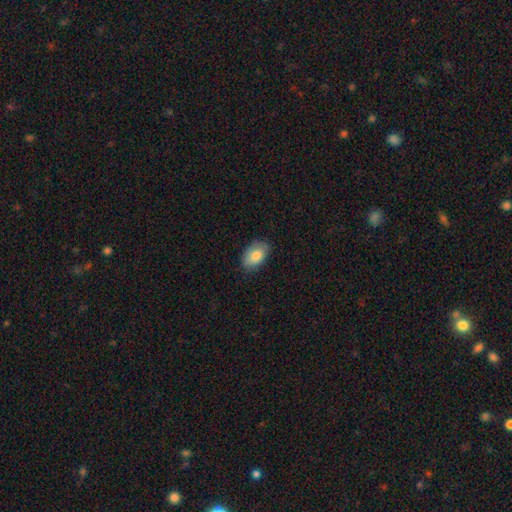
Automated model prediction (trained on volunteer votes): Smooth or featured?
  - smooth: 82% *
  - featured or disk: 11%
  - star or artifact: 7%
How rounded?
  - in between: 91% *
  - round: 8%
  - cigar-shaped: 1%
Merging?
  - none: 80% *
  - minor disturbance: 16%
  - major disturbance: 3%
  - merger: 1%